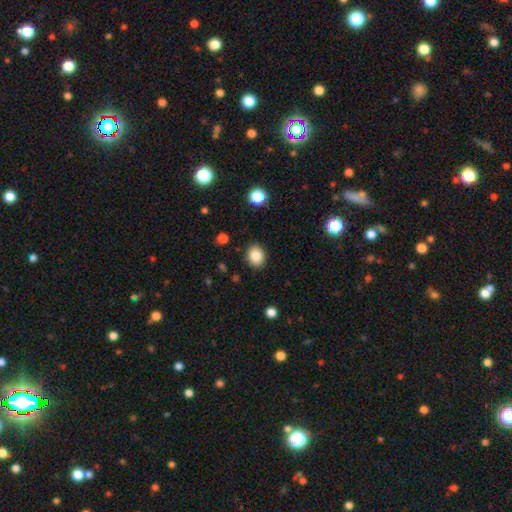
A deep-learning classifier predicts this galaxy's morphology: Overall: smooth (85%). How rounded: round (58%; in between 41%). Merging: none (89%).